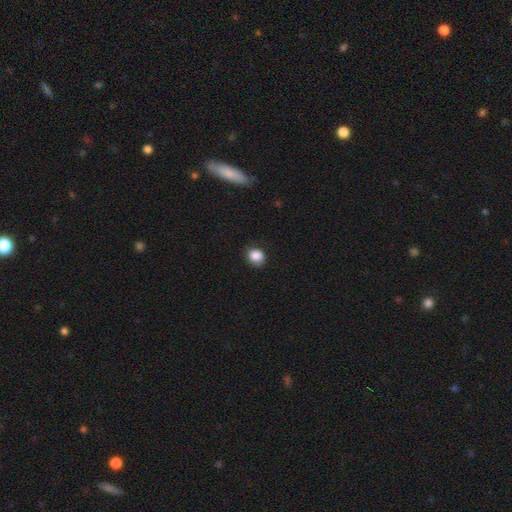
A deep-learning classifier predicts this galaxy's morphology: type=smooth (87%); roundness=round (75%); merging=none (81%).